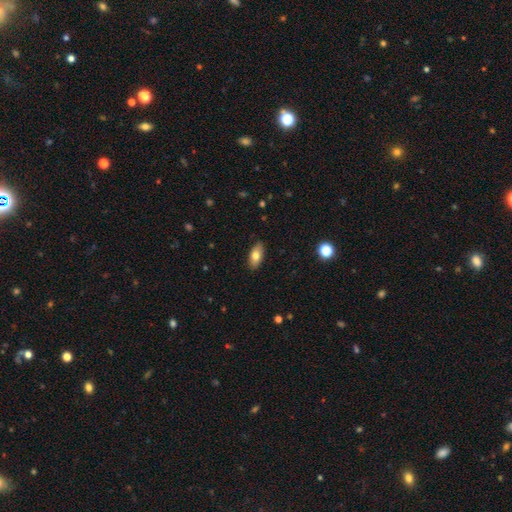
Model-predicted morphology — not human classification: A smooth galaxy with no disk features (77%) that is in between round and cigar-shaped (88%). Merging: none (89%).